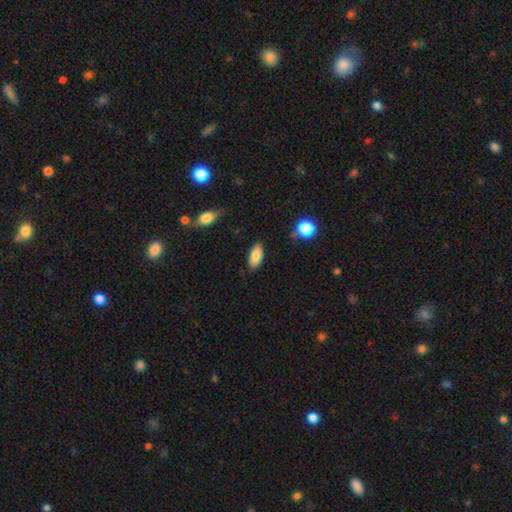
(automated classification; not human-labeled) The model was most divided on "merging": none: 84%, minor disturbance: 12%, major disturbance: 3%, merger: 2%. More confident: how rounded — in between (86%); smooth or featured — smooth (85%).